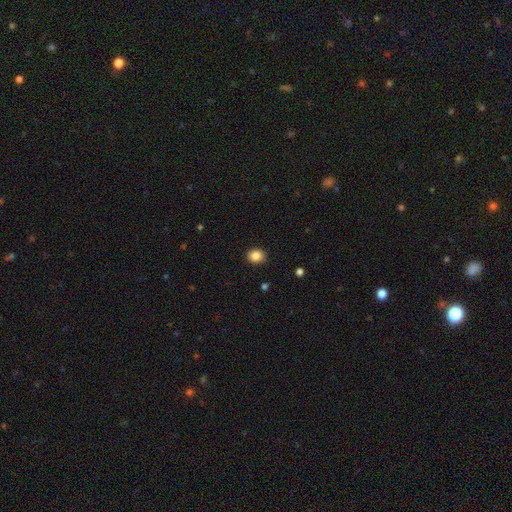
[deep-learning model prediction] This is clearly a smooth galaxy (86%). How rounded: possibly round (60%). Merging: clearly none (89%).